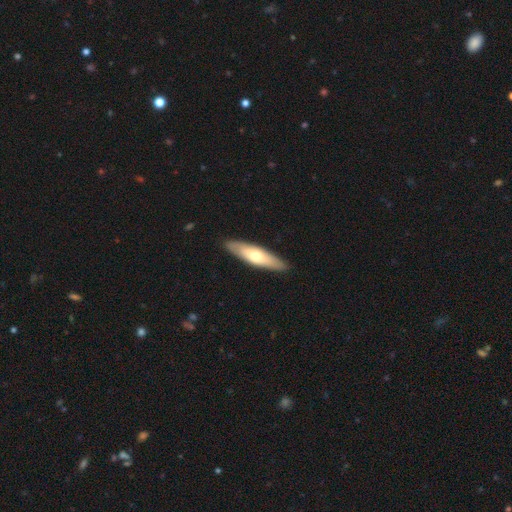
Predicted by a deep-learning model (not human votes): A smooth galaxy with no disk features (56%) that is cigar-shaped (67%).

Vote fractions:
- Smooth or featured? smooth: 56% / featured or disk: 39% / star or artifact: 4%
- How rounded? cigar-shaped: 67% / in between: 31% / round: 2%
- Merging? none: 89% / minor disturbance: 8% / major disturbance: 2% / merger: 1%